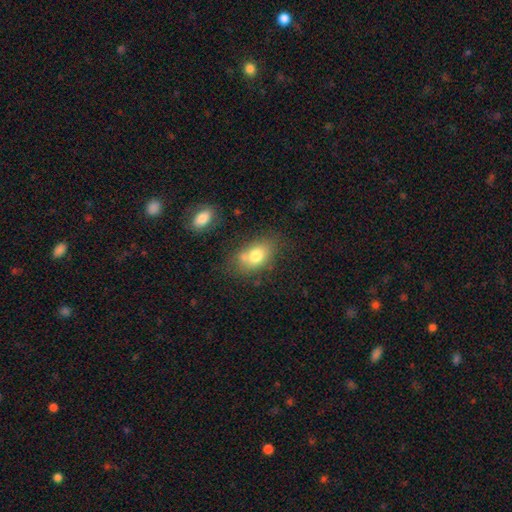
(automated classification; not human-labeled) The model was most divided on "merging": none: 55%, minor disturbance: 21%, merger: 17%, major disturbance: 7%. More confident: how rounded — in between (81%); smooth or featured — smooth (75%).